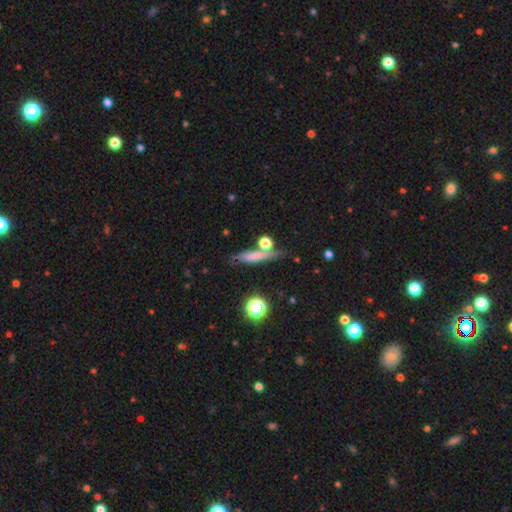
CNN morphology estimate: A smooth galaxy with no disk features (60%) that is cigar-shaped (78%). Merging: none (68%).